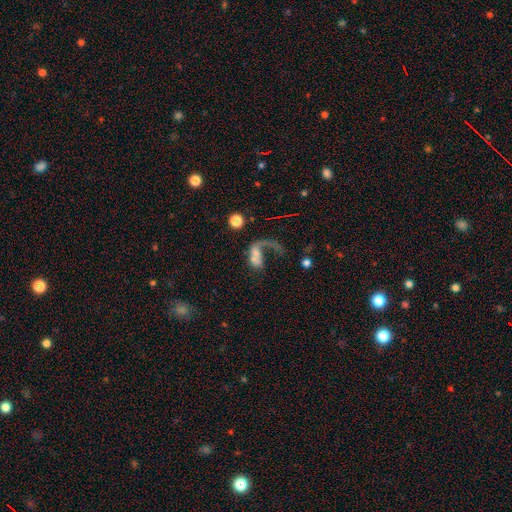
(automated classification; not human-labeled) This appears to be a featured or disk galaxy (51%). Merging: major disturbance (43%).